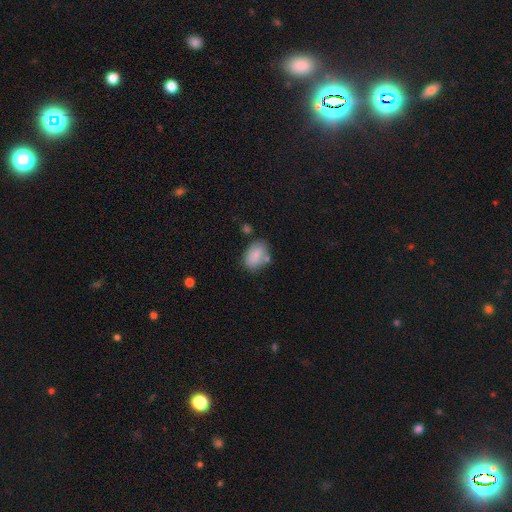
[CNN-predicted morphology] Overall: smooth (82%). How rounded: in between (84%). Merging: none (66%).